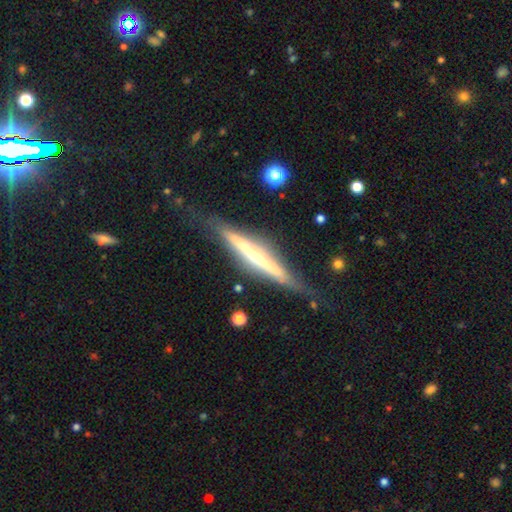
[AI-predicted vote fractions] Q: Smooth or featured?
A: featured or disk (72%); runner-up: smooth (22%)
Q: Edge-on disk?
A: yes (96%); runner-up: no (4%)
Q: Edge-on bulge?
A: none (55%); runner-up: rounded (33%)
Q: Merging?
A: none (79%); runner-up: minor disturbance (16%)